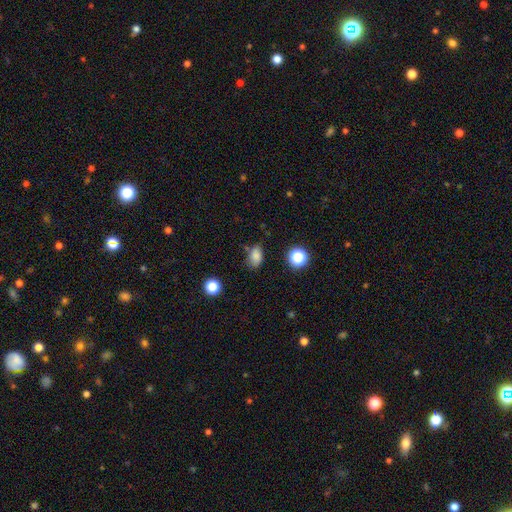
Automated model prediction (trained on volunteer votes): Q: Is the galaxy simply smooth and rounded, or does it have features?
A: smooth — 82%.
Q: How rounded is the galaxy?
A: in between — 81%.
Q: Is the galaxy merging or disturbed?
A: none — 67%.